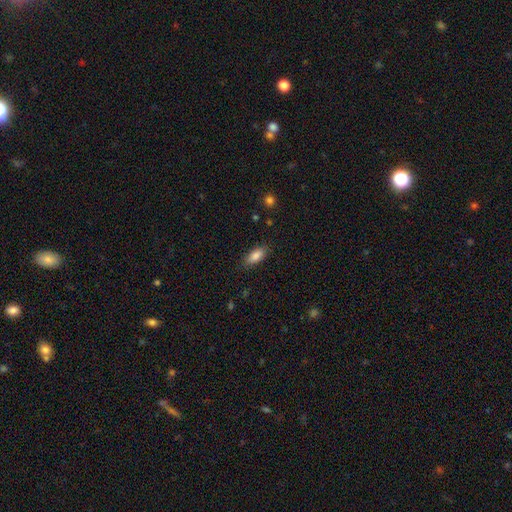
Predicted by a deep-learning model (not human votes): This appears to be a smooth galaxy with no disk features (84%) that is in between round and cigar-shaped (83%). Merging: none (84%).